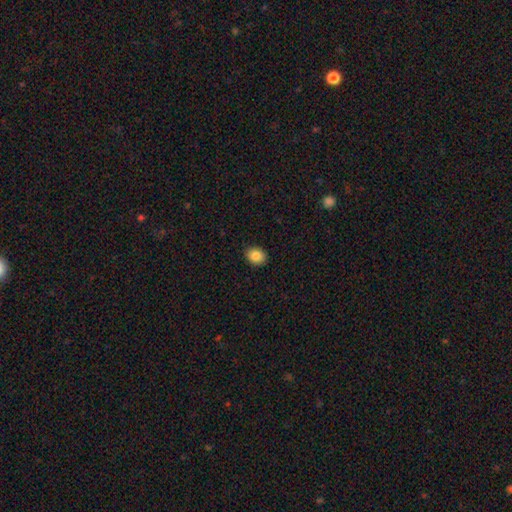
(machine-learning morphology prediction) Overall: smooth (87%). How rounded: in between (56%; round 44%). Merging: none (89%).